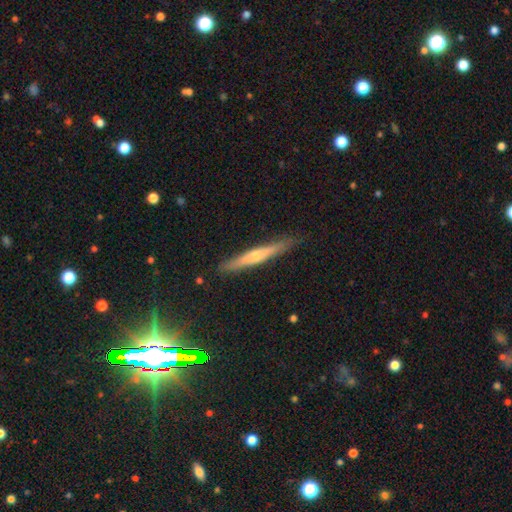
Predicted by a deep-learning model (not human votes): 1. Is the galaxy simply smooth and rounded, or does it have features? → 58% featured or disk, 35% smooth, 7% star or artifact.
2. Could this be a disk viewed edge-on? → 95% yes, 5% no.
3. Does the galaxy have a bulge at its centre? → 79% rounded, 18% none, 4% boxy.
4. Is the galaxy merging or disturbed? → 87% none, 10% minor disturbance, 2% major disturbance, 1% merger.